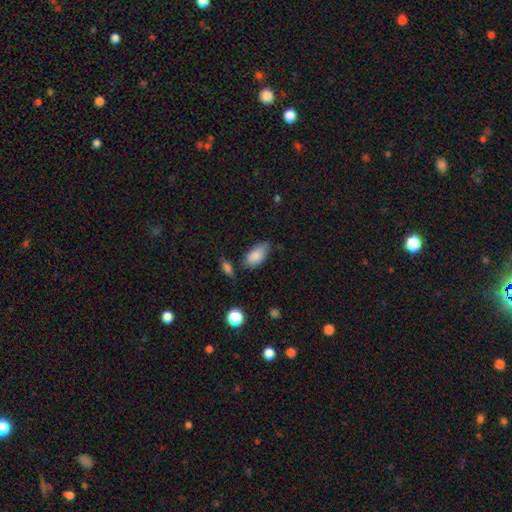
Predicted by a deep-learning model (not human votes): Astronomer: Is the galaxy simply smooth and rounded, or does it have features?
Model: smooth — 86%.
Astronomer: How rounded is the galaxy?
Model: in between — 93%.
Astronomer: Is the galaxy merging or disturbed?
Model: none — 66%.